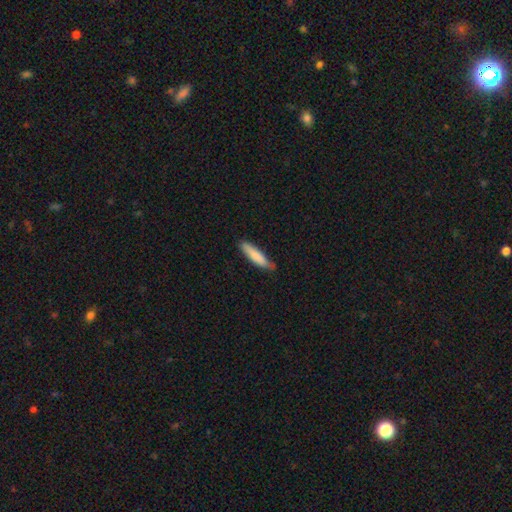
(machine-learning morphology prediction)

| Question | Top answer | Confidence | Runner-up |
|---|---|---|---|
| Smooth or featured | smooth | 82% | featured or disk (13%) |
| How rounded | cigar-shaped | 81% | in between (18%) |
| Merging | none | 75% | minor disturbance (21%) |